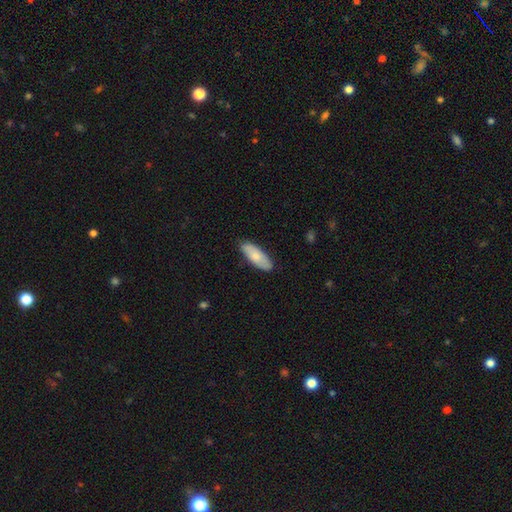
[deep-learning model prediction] Q: Smooth or featured?
A: smooth (73%); runner-up: featured or disk (21%)
Q: How rounded?
A: in between (74%); runner-up: cigar-shaped (24%)
Q: Merging?
A: none (83%); runner-up: minor disturbance (14%)